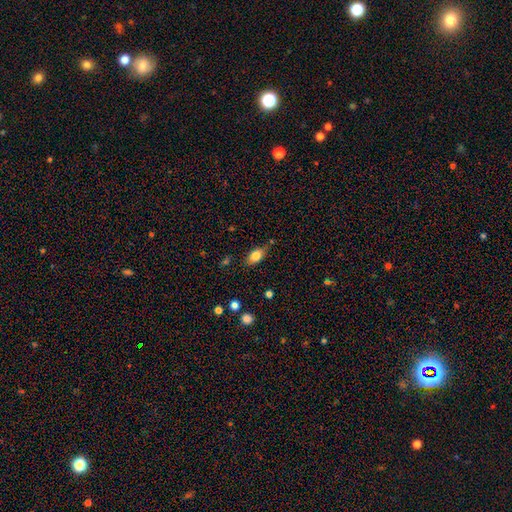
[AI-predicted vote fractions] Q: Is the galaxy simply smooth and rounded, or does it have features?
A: smooth — 81%.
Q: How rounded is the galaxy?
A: in between — 84%.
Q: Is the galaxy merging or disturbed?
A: none — 70%.